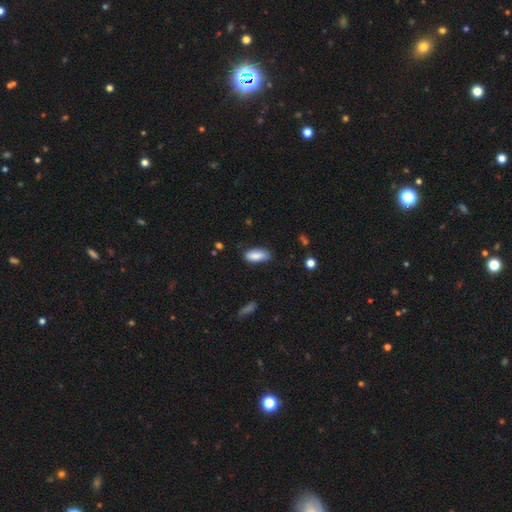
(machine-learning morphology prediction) Q: Smooth or featured?
A: smooth (86%); runner-up: featured or disk (7%)
Q: How rounded?
A: in between (83%); runner-up: cigar-shaped (15%)
Q: Merging?
A: none (75%); runner-up: minor disturbance (20%)